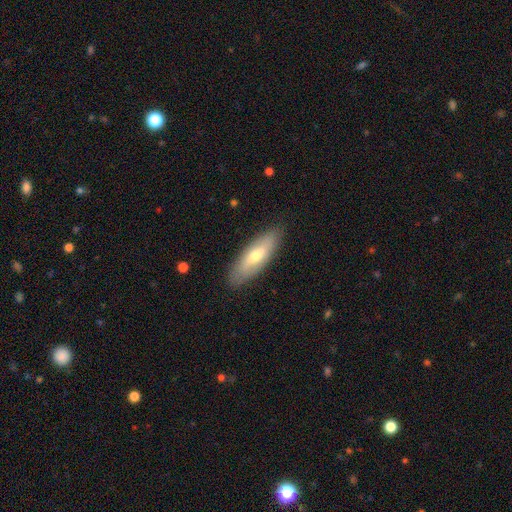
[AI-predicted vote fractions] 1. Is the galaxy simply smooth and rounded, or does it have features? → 56% smooth, 38% featured or disk, 6% star or artifact.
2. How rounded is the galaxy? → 56% in between, 41% cigar-shaped, 2% round.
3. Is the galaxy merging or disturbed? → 87% none, 9% minor disturbance, 2% major disturbance, 1% merger.